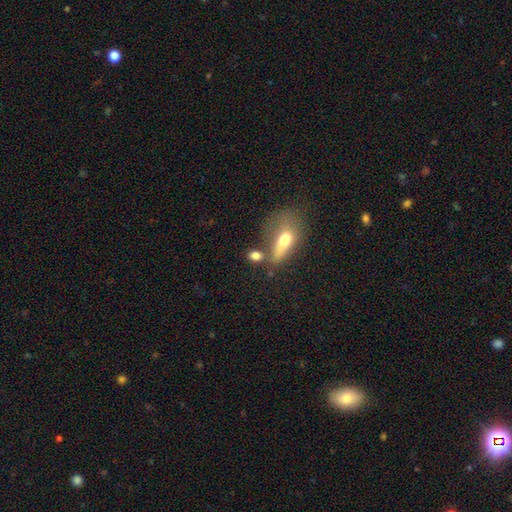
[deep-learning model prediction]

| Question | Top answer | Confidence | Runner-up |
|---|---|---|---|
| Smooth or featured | smooth | 76% | featured or disk (14%) |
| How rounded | in between | 57% | round (33%) |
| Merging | none | 49% | merger (27%) |